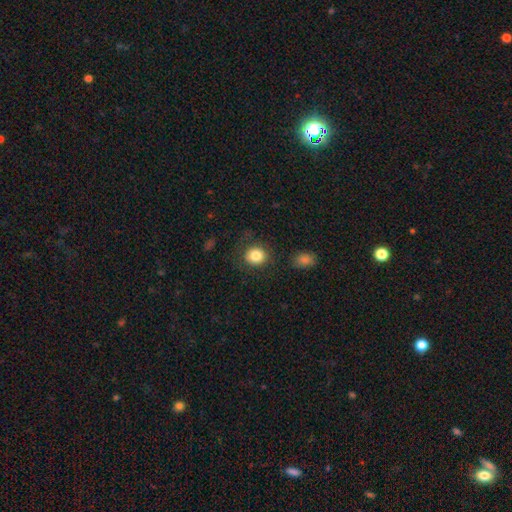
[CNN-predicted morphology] This is clearly a smooth galaxy (83%). How rounded: likely round (77%). Merging: clearly none (81%).